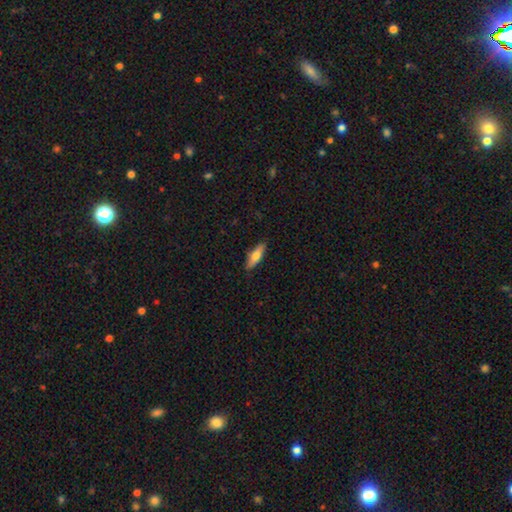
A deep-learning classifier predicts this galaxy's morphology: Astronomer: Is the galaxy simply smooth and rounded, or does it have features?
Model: smooth — 66%.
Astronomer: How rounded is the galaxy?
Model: cigar-shaped — 49%, tied with in between at 49%.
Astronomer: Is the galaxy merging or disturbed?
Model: none — 86%.